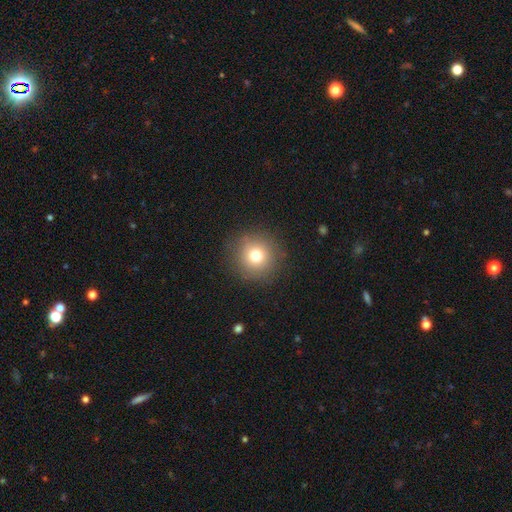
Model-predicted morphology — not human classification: This is likely a smooth galaxy (76%). How rounded: clearly round (94%). Merging: clearly none (89%).